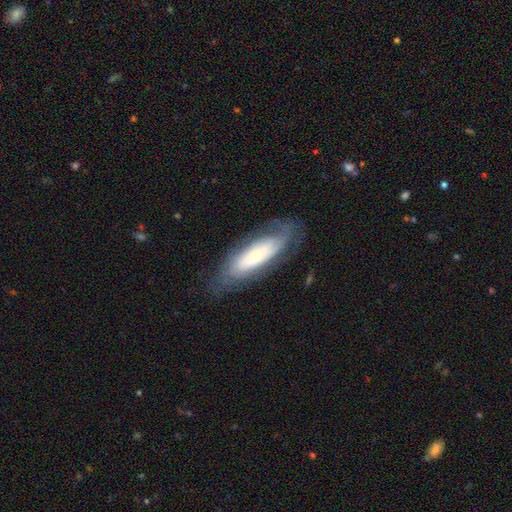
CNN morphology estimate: Smooth or featured?
  - featured or disk: 55% *
  - smooth: 37%
  - star or artifact: 8%
Edge-on disk?
  - no: 78% *
  - yes: 22%
Merging?
  - none: 71% *
  - minor disturbance: 19%
  - major disturbance: 9%
  - merger: 1%